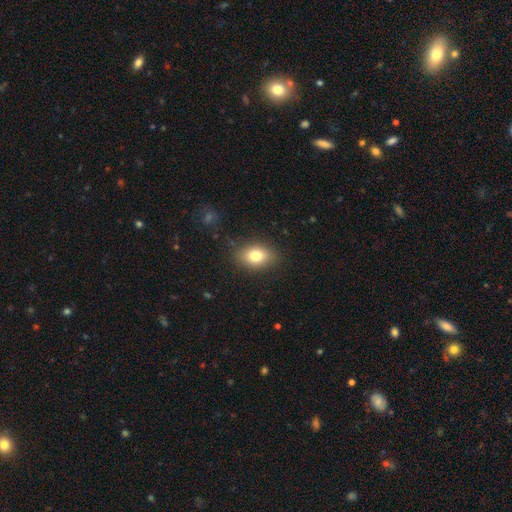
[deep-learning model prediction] Smooth or featured?
  - smooth: 78% *
  - featured or disk: 12%
  - star or artifact: 10%
How rounded?
  - in between: 74% *
  - round: 24%
  - cigar-shaped: 2%
Merging?
  - none: 85% *
  - minor disturbance: 11%
  - major disturbance: 3%
  - merger: 1%